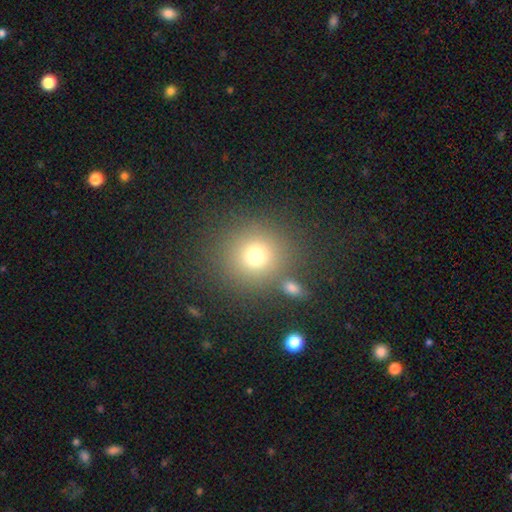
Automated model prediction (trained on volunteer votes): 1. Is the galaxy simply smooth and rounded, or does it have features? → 74% smooth, 16% star or artifact, 10% featured or disk.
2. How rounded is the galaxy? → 90% round, 9% in between, 1% cigar-shaped.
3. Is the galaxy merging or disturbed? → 78% none, 9% merger, 9% minor disturbance, 5% major disturbance.